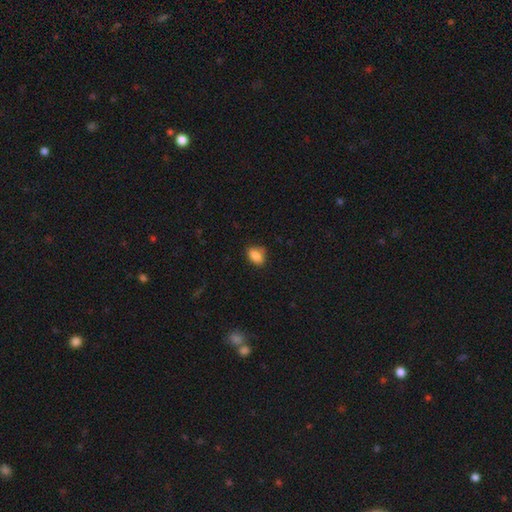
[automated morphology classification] This appears to be a smooth galaxy with no disk features (85%) that is in between round and cigar-shaped (81%). Merging: none (77%).